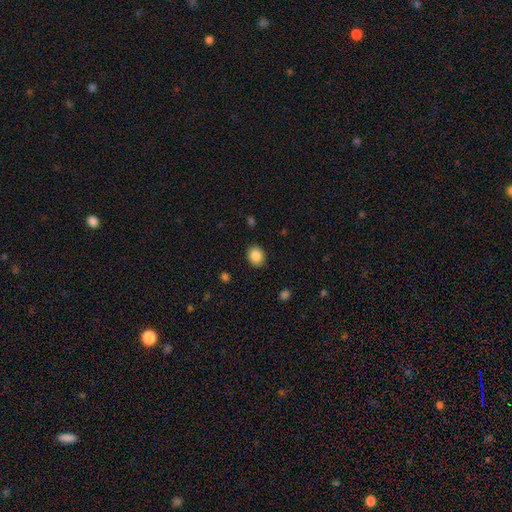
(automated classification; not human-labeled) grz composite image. It shows a smooth galaxy with no disk features (86%) that is round (68%). Merging: none (89%).